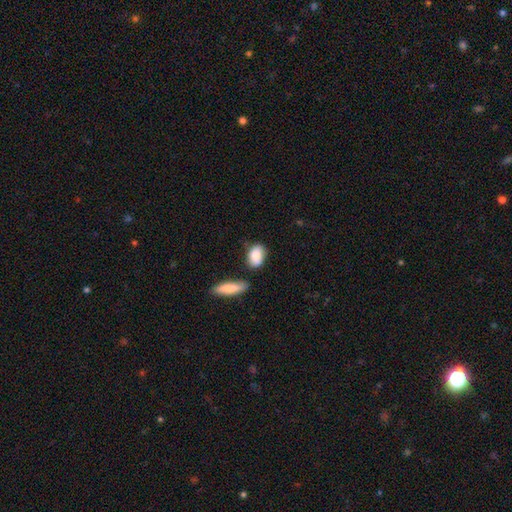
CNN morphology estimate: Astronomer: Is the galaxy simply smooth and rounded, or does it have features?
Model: smooth — 86%.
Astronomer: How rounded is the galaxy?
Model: in between — 86%.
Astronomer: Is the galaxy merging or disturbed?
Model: none — 66%.